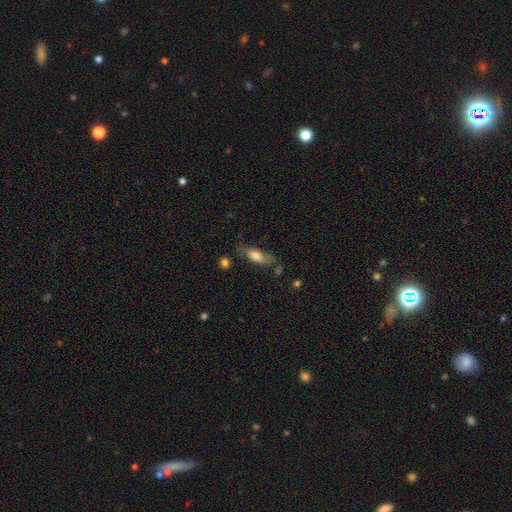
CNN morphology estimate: Smooth or featured? smooth (68%)
How rounded? in between (66%)
Merging? none (61%)